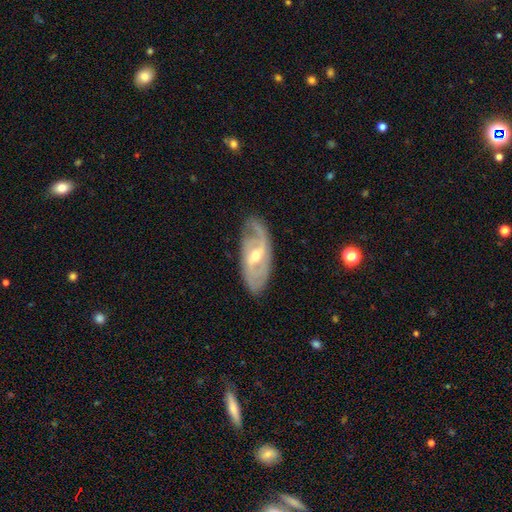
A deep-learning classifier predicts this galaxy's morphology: Q: Smooth or featured?
A: featured or disk (84%); runner-up: smooth (10%)
Q: Edge-on disk?
A: no (91%); runner-up: yes (9%)
Q: Bar?
A: weak (48%); runner-up: strong (27%)
Q: Spiral arms?
A: yes (93%); runner-up: no (7%)
Q: Spiral winding?
A: medium (43%); runner-up: tight (35%)
Q: Spiral arm count?
A: 2 (60%); runner-up: can't tell (18%)
Q: Bulge size?
A: moderate (53%); runner-up: small (44%)
Q: Merging?
A: none (77%); runner-up: minor disturbance (17%)